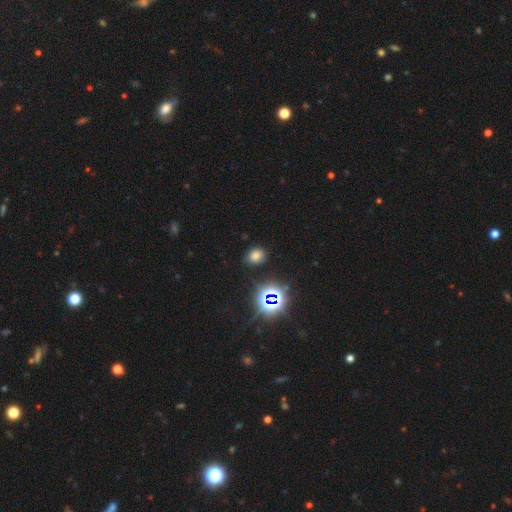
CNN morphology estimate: A smooth galaxy with no disk features (68%) that is round (59%). Merging: none (84%).